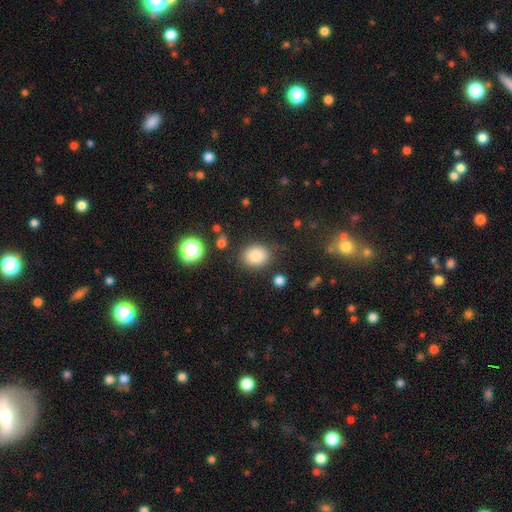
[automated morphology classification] Smooth or featured: smooth — 83% (star or artifact — 11%)
How rounded: round — 58% (in between — 41%)
Merging: none — 82% (minor disturbance — 12%)